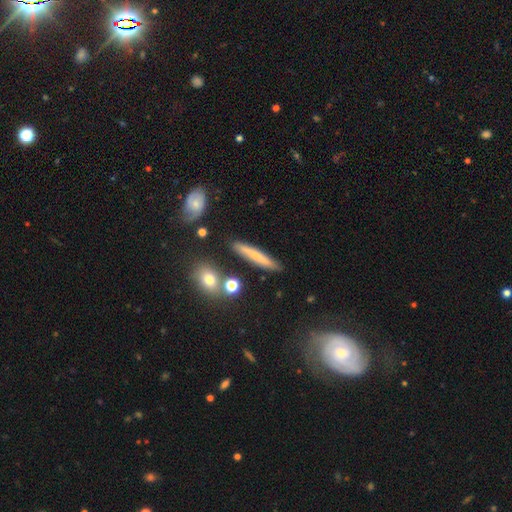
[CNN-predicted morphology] A smooth galaxy with no disk features (61%) that is cigar-shaped (89%).

Vote fractions:
- Smooth or featured? smooth: 61% / featured or disk: 30% / star or artifact: 9%
- How rounded? cigar-shaped: 89% / in between: 8% / round: 3%
- Merging? none: 83% / minor disturbance: 10% / merger: 4% / major disturbance: 2%